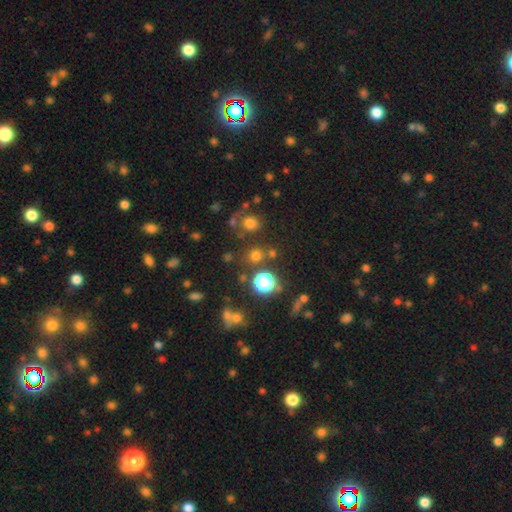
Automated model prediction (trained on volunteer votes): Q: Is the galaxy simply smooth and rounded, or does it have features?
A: smooth — 68%.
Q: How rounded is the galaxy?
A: round — 85%.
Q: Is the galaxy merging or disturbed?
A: none — 75%.